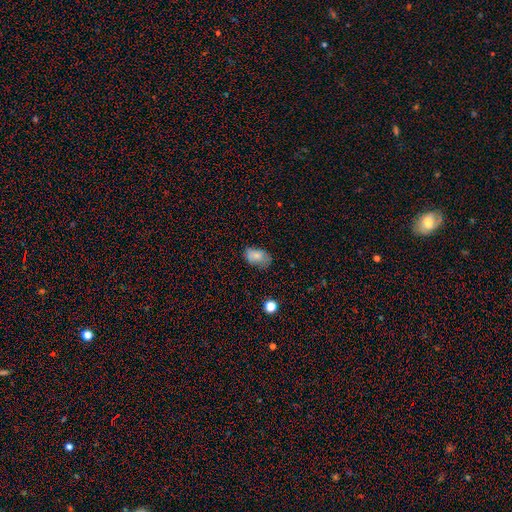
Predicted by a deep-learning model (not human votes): The model was most divided on "merging": none: 61%, minor disturbance: 28%, major disturbance: 8%, merger: 2%. More confident: how rounded — in between (89%); smooth or featured — smooth (77%).